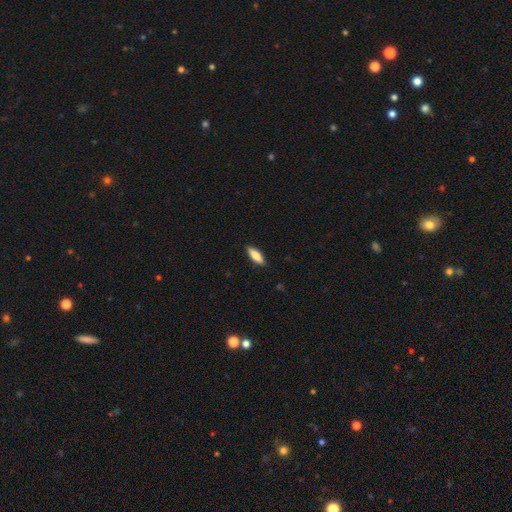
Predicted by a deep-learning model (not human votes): smooth_or_featured: smooth (p=0.78) [alt: featured or disk p=0.16]
how_rounded: in between (p=0.58) [alt: cigar-shaped p=0.40]
merging: none (p=0.88) [alt: minor disturbance p=0.09]